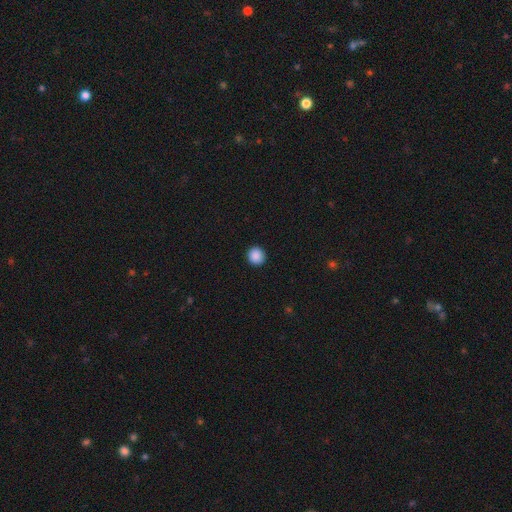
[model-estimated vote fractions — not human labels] Overall: smooth (89%). How rounded: round (93%). Merging: none (93%).